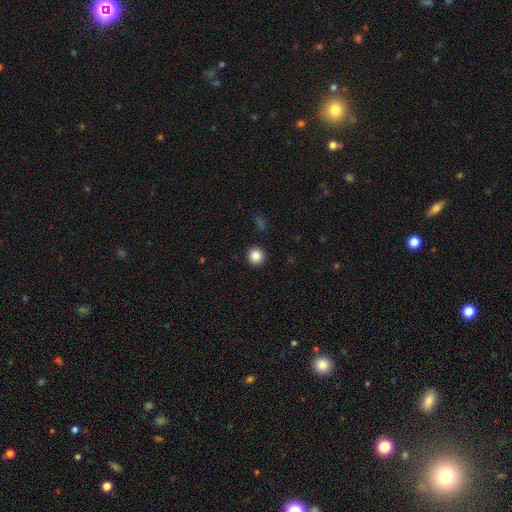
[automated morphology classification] This is clearly a smooth galaxy (86%). How rounded: clearly round (95%). Merging: clearly none (93%).